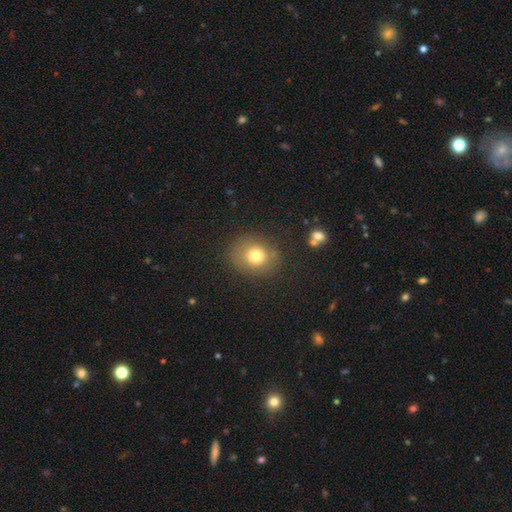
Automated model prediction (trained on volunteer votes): Smooth or featured?
  - smooth: 74% *
  - featured or disk: 13%
  - star or artifact: 13%
How rounded?
  - round: 71% *
  - in between: 28%
  - cigar-shaped: 1%
Merging?
  - none: 81% *
  - minor disturbance: 12%
  - major disturbance: 5%
  - merger: 2%